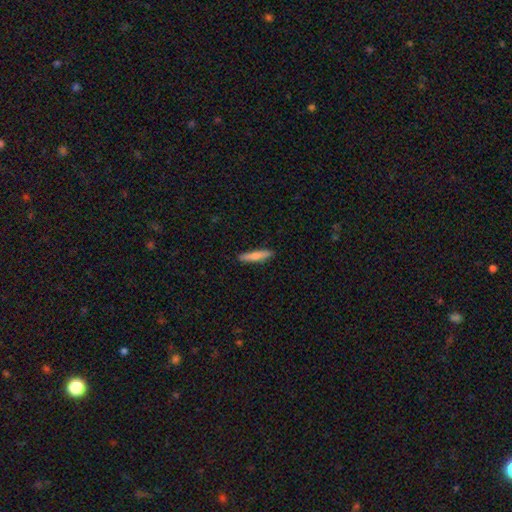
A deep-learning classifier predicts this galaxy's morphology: Smooth or featured: smooth — 73% (featured or disk — 22%)
How rounded: cigar-shaped — 88% (in between — 11%)
Merging: none — 90% (minor disturbance — 8%)